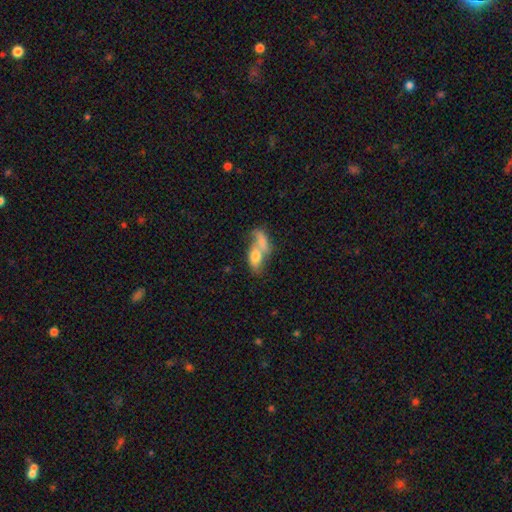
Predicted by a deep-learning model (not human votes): A smooth galaxy with no disk features (71%) that is in between round and cigar-shaped (82%). Merging: merger (69%).